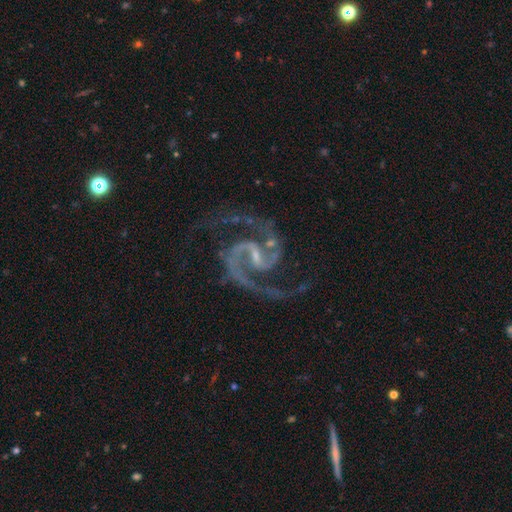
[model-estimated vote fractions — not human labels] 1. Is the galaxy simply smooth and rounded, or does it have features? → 94% featured or disk, 4% star or artifact, 2% smooth.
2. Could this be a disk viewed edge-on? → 98% no, 2% yes.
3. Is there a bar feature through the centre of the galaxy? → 51% weak, 31% strong, 19% no.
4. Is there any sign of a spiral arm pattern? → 99% yes, 1% no.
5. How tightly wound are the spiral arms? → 70% medium, 16% tight, 14% loose.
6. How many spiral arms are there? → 94% 2, 2% 3, 1% can't tell, 1% 1, 1% 4, 1% more than 4.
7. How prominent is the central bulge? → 65% small, 18% none, 15% moderate, 1% large, 1% dominant.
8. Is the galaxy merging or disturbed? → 74% none, 15% minor disturbance, 8% major disturbance, 2% merger.